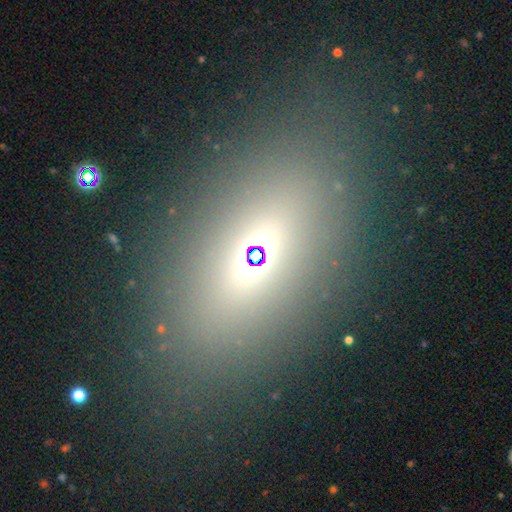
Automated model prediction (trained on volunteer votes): smooth_or_featured: smooth (p=0.51) [alt: star or artifact p=0.27]
how_rounded: in between (p=0.81) [alt: round p=0.11]
merging: none (p=0.79) [alt: minor disturbance p=0.11]